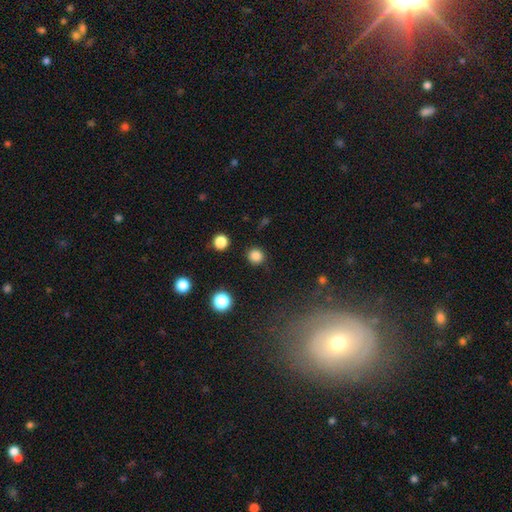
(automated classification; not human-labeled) This appears to be a smooth galaxy with no disk features (84%) that is round (93%). Merging: none (90%).